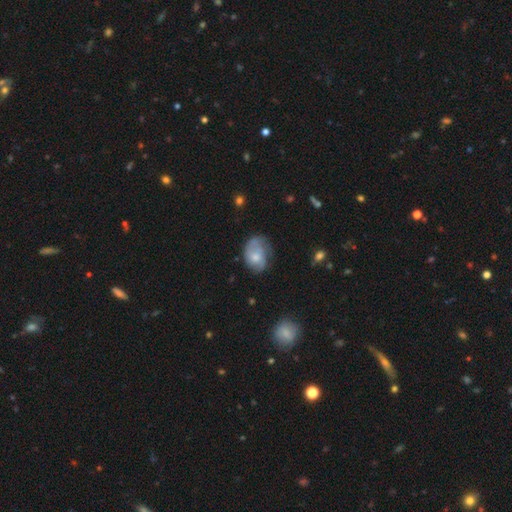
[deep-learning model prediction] This is possibly a smooth galaxy (51%). How rounded: likely in between (72%). Merging: marginally none (44%).